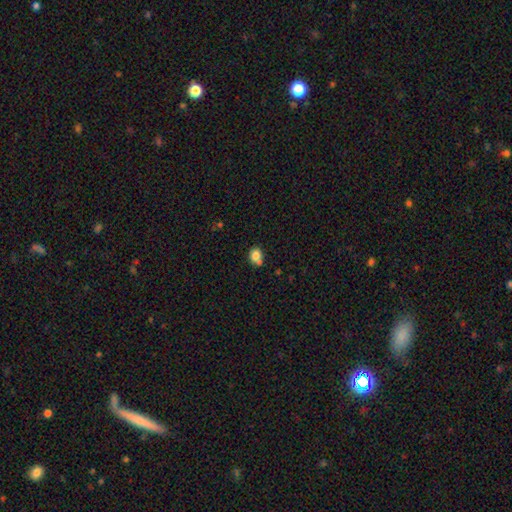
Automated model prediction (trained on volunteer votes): The model was most divided on "merging": none: 54%, merger: 26%, minor disturbance: 15%, major disturbance: 4%. More confident: smooth or featured — smooth (81%); how rounded — round (65%).